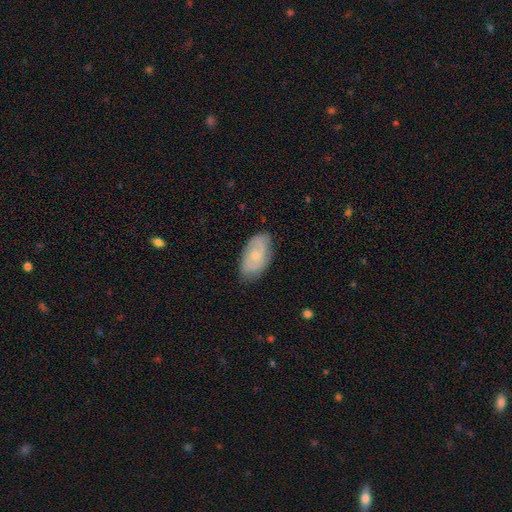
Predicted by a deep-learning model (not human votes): Overall: smooth (49%; featured or disk 45%). Merging: none (77%).